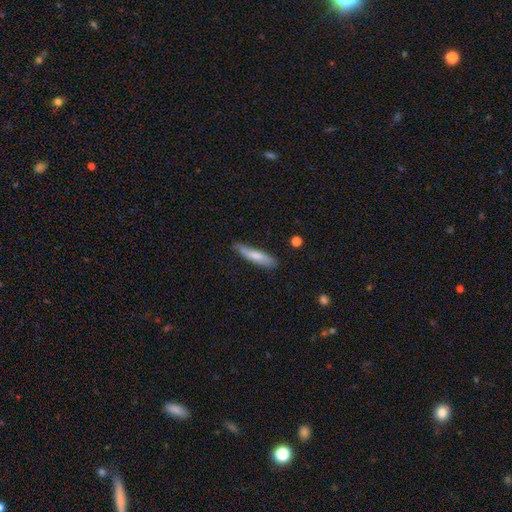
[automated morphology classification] smooth 75%, featured or disk 19%, star or artifact 6%. Down the decision tree: how rounded — cigar-shaped (85%); merging — none (71%).